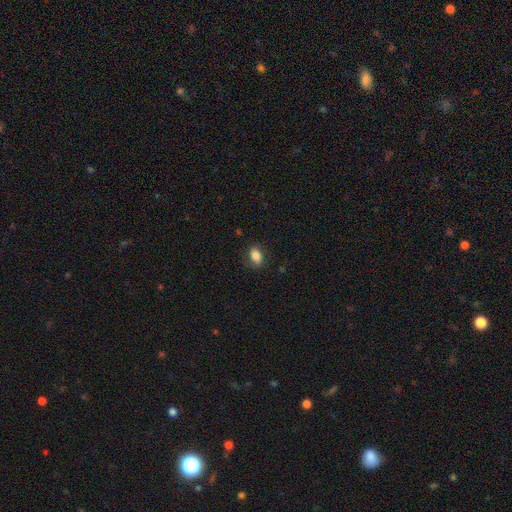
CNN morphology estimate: Smooth or featured?
  - smooth: 83% *
  - star or artifact: 9%
  - featured or disk: 8%
How rounded?
  - in between: 83% *
  - round: 15%
  - cigar-shaped: 2%
Merging?
  - none: 81% *
  - minor disturbance: 14%
  - major disturbance: 4%
  - merger: 1%